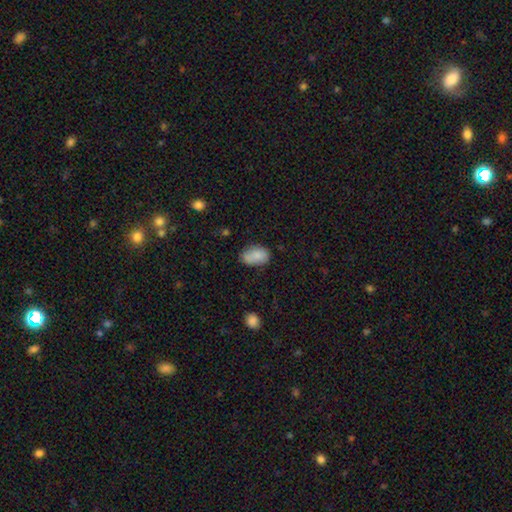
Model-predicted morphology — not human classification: Smooth or featured? Predicted: smooth (p=0.85). How rounded? Predicted: in between (p=0.89). Merging? Predicted: none (p=0.72).